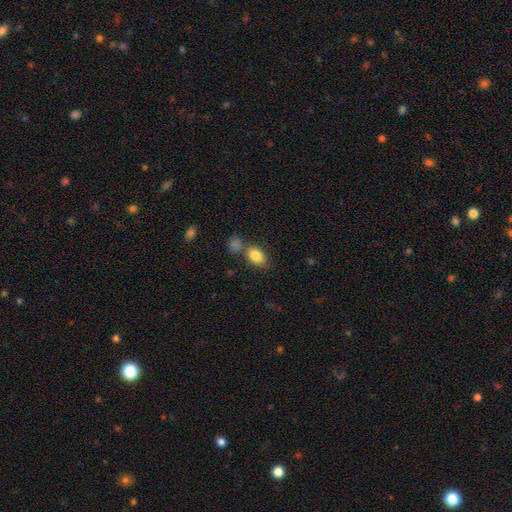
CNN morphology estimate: smooth-or-featured: smooth: 85% | star or artifact: 8% | featured or disk: 7%
  how-rounded: in between: 81% | round: 18% | cigar-shaped: 2%
  merging: none: 62% | merger: 20% | minor disturbance: 14% | major disturbance: 5%